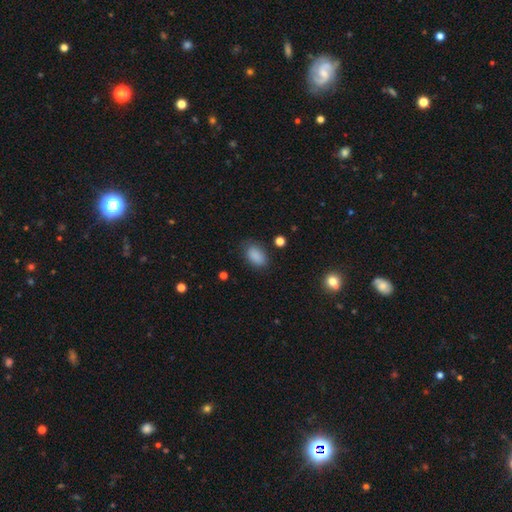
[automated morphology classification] This appears to be a smooth galaxy with no disk features (88%) that is in between round and cigar-shaped (90%). Merging: none (79%).